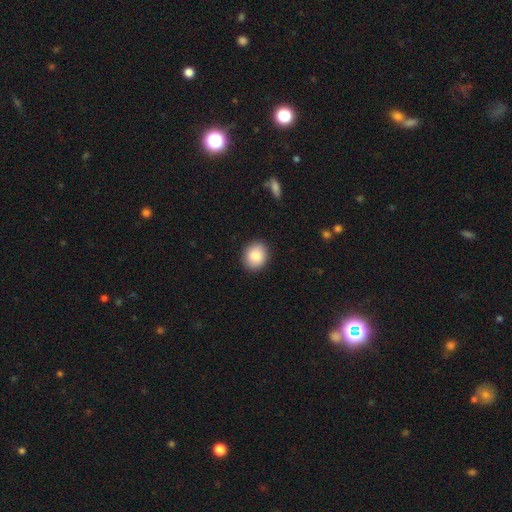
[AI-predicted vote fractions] Smooth or featured?
  - smooth: 87% *
  - star or artifact: 7%
  - featured or disk: 6%
How rounded?
  - round: 61% *
  - in between: 38%
  - cigar-shaped: 1%
Merging?
  - none: 90% *
  - minor disturbance: 7%
  - major disturbance: 2%
  - merger: 1%